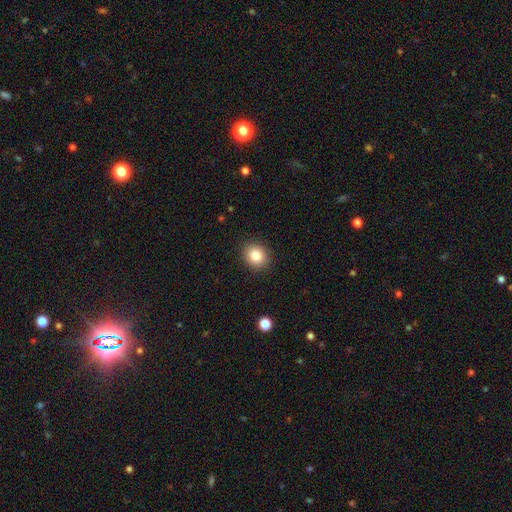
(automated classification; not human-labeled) A smooth galaxy with no disk features (84%) that is round (74%).

Vote fractions:
- Smooth or featured? smooth: 84% / star or artifact: 10% / featured or disk: 6%
- How rounded? round: 74% / in between: 26% / cigar-shaped: 1%
- Merging? none: 90% / minor disturbance: 7% / major disturbance: 2% / merger: 1%